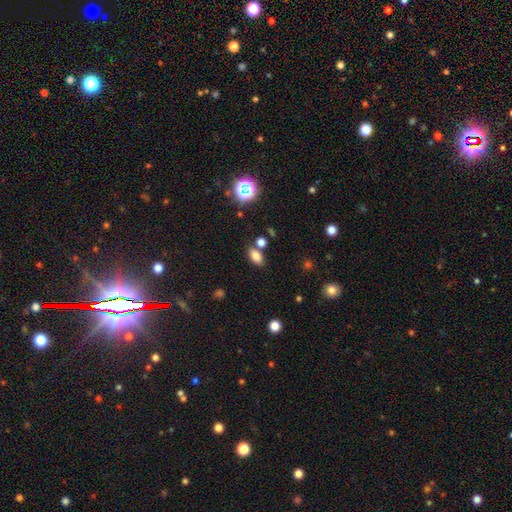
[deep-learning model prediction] smooth_or_featured: smooth (p=0.79) [alt: star or artifact p=0.14]
how_rounded: in between (p=0.87) [alt: round p=0.09]
merging: none (p=0.70) [alt: merger p=0.14]